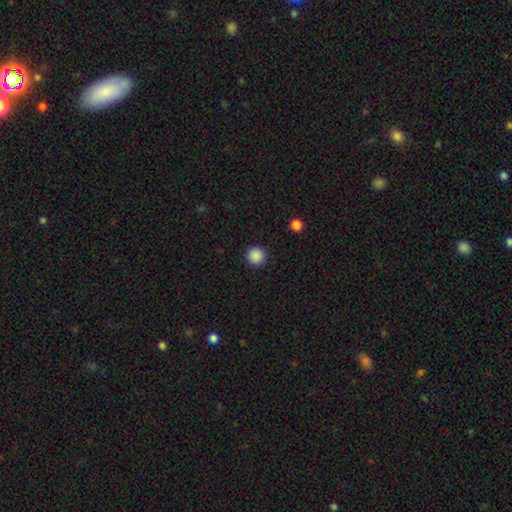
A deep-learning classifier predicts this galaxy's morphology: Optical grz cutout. It shows a smooth galaxy with no disk features (88%) that is round (95%). Merging: none (92%).